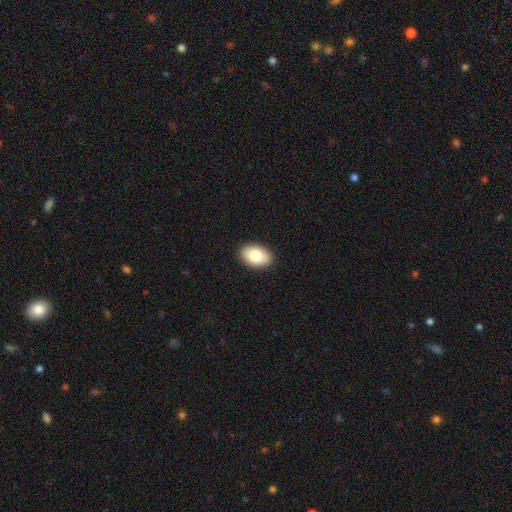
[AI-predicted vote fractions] A smooth galaxy with no disk features (81%) that is in between round and cigar-shaped (88%). Merging: none (90%).